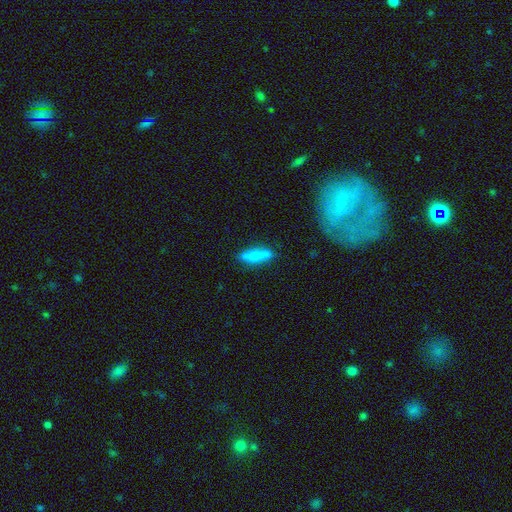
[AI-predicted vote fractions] A smooth galaxy with no disk features (73%) that is cigar-shaped (50%).

Vote fractions:
- Smooth or featured? smooth: 73% / featured or disk: 20% / star or artifact: 7%
- How rounded? cigar-shaped: 50% / in between: 47% / round: 3%
- Merging? none: 68% / minor disturbance: 19% / merger: 8% / major disturbance: 5%